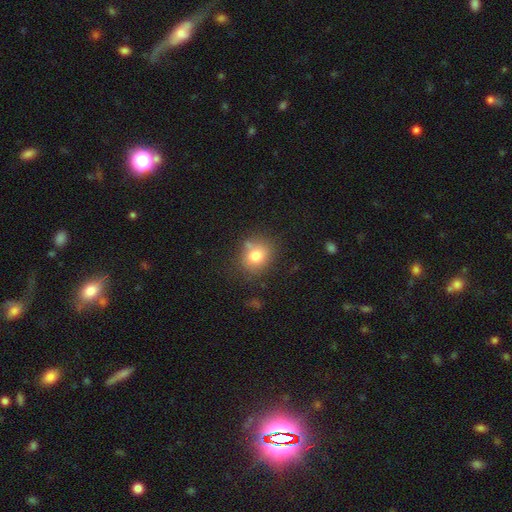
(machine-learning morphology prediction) Overall: smooth (77%). How rounded: round (68%; in between 31%). Merging: none (71%).